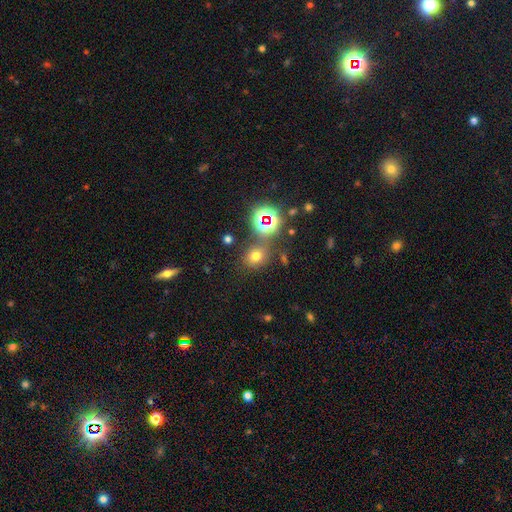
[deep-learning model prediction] Smooth or featured?
  - smooth: 63% *
  - star or artifact: 29%
  - featured or disk: 9%
How rounded?
  - round: 68% *
  - in between: 31%
  - cigar-shaped: 1%
Merging?
  - none: 75% *
  - minor disturbance: 11%
  - merger: 10%
  - major disturbance: 5%